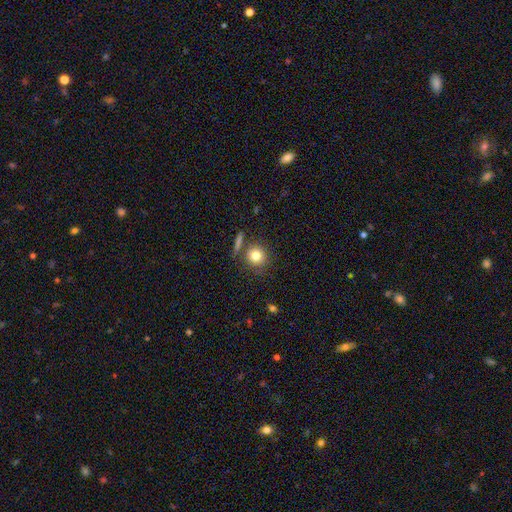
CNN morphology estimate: Q: Smooth or featured?
A: smooth (80%); runner-up: star or artifact (11%)
Q: How rounded?
A: round (91%); runner-up: in between (8%)
Q: Merging?
A: none (75%); runner-up: merger (10%)